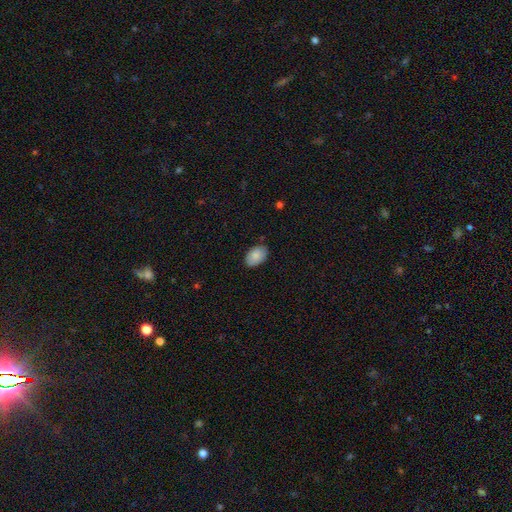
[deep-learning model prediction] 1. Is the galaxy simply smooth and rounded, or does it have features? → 84% smooth, 10% featured or disk, 7% star or artifact.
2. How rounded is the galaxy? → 90% in between, 8% round, 1% cigar-shaped.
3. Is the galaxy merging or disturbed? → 82% none, 14% minor disturbance, 2% major disturbance, 1% merger.